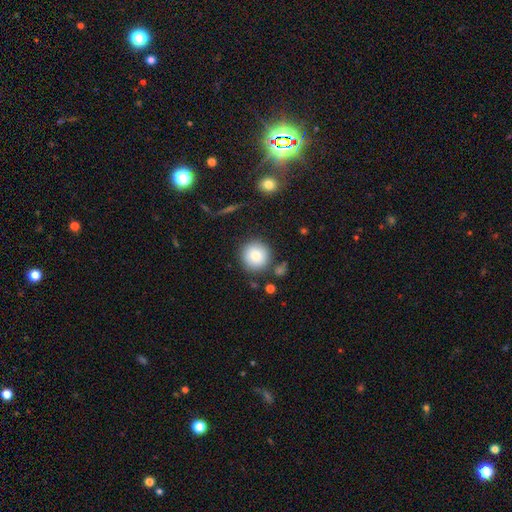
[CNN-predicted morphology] smooth_or_featured: smooth (p=0.82) [alt: featured or disk p=0.09]
how_rounded: round (p=0.94) [alt: in between p=0.05]
merging: none (p=0.83) [alt: minor disturbance p=0.09]